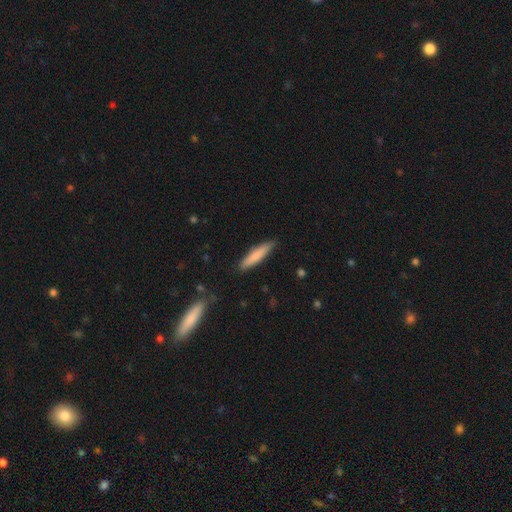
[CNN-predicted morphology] smooth_or_featured: smooth (p=0.78) [alt: featured or disk p=0.17]
how_rounded: cigar-shaped (p=0.86) [alt: in between p=0.13]
merging: none (p=0.86) [alt: minor disturbance p=0.11]